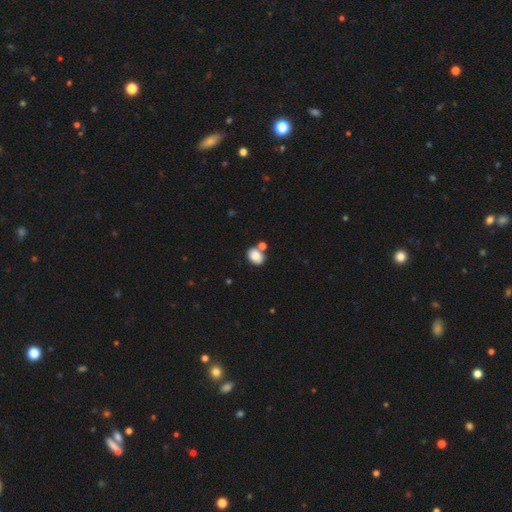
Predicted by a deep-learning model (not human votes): Smooth or featured?
  - smooth: 84% *
  - star or artifact: 9%
  - featured or disk: 7%
How rounded?
  - in between: 67% *
  - round: 32%
  - cigar-shaped: 1%
Merging?
  - none: 63% *
  - merger: 21%
  - minor disturbance: 13%
  - major disturbance: 4%